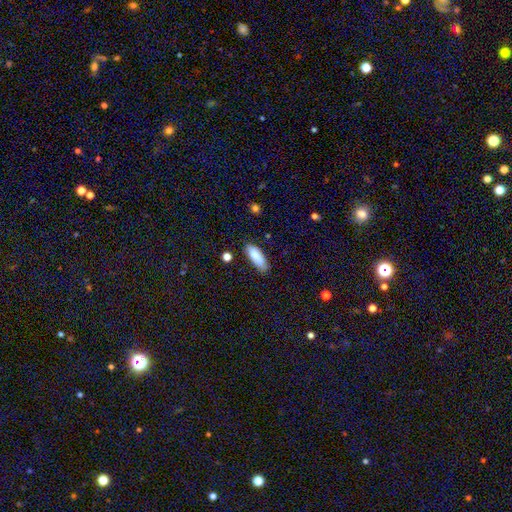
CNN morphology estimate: Q: Smooth or featured?
A: smooth (85%); runner-up: featured or disk (8%)
Q: How rounded?
A: in between (65%); runner-up: cigar-shaped (34%)
Q: Merging?
A: none (75%); runner-up: minor disturbance (19%)